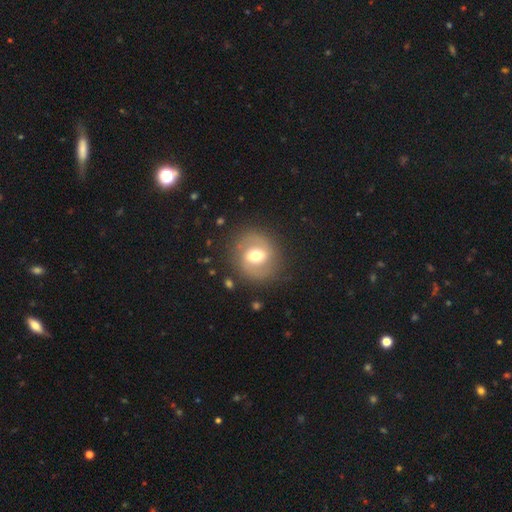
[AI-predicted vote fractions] This appears to be a featured or disk galaxy (58%) with a weak bar (49%), spiral arms (67%) and a moderate central bulge (66%). Merging: none (81%).